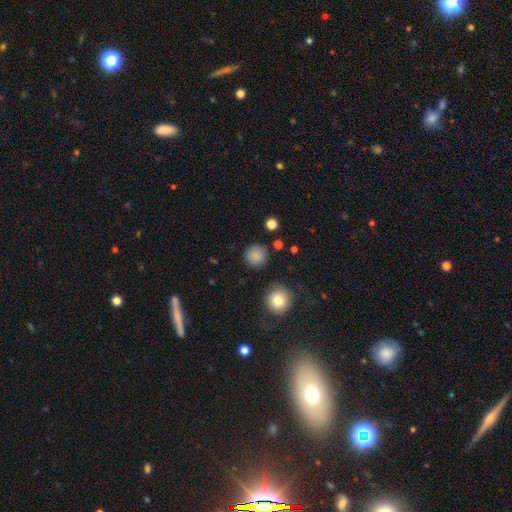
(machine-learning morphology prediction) Smooth or featured? smooth (85%)
How rounded? round (94%)
Merging? none (86%)